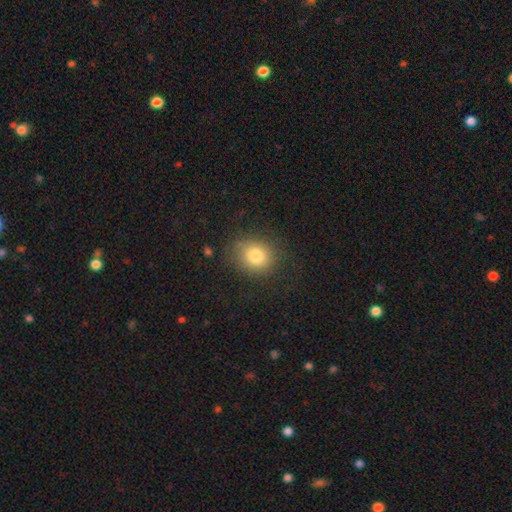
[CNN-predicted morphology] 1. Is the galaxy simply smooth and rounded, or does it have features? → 79% smooth, 11% star or artifact, 10% featured or disk.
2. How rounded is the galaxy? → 69% round, 30% in between, 1% cigar-shaped.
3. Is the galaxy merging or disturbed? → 78% none, 14% minor disturbance, 7% major disturbance, 1% merger.